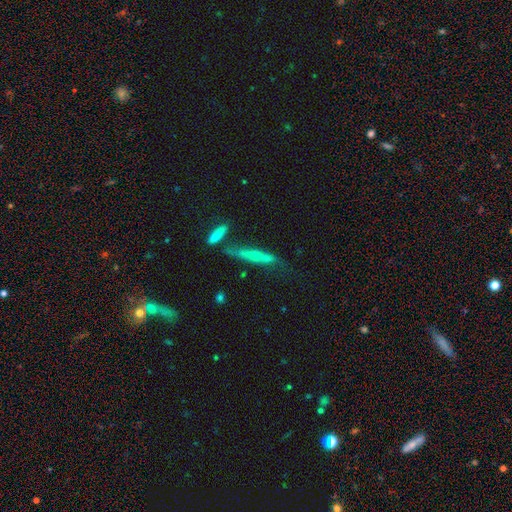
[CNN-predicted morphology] Q: Smooth or featured?
A: featured or disk (50%); runner-up: smooth (41%)
Q: Merging?
A: none (54%); runner-up: minor disturbance (21%)